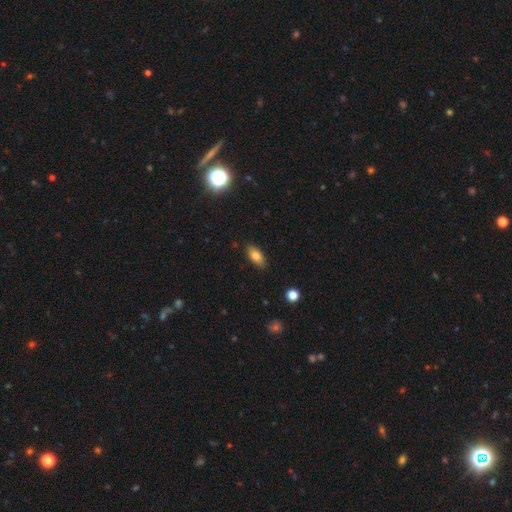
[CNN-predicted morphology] Overall: smooth (77%). How rounded: in between (86%). Merging: none (85%).